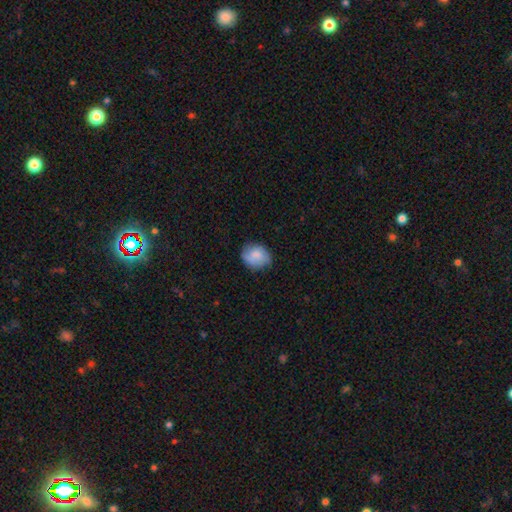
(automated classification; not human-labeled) Overall: smooth (73%). How rounded: round (63%; in between 36%). Merging: none (70%).